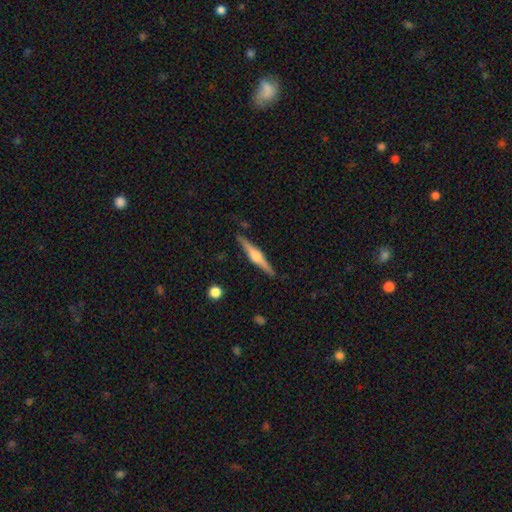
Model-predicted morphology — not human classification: This appears to be a featured or disk galaxy (73%) viewed edge-on (98%) with a rounded central bulge (85%). Merging: none (88%).